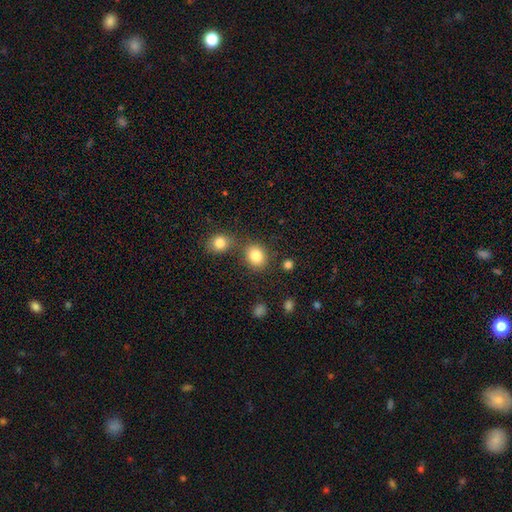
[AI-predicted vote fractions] A smooth galaxy with no disk features (83%) that is round (69%). Merging: none (70%).